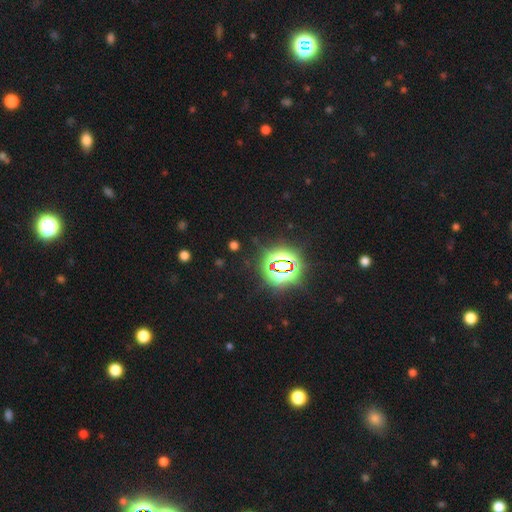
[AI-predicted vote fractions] The model was most divided on "smooth or featured": star or artifact: 77%, smooth: 17%, featured or disk: 7%.